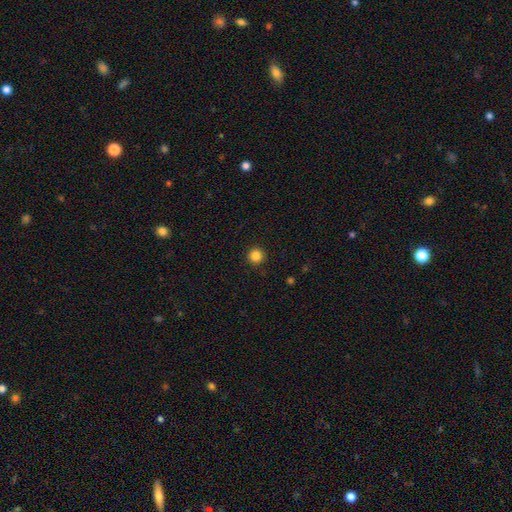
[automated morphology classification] Overall: smooth (85%). How rounded: round (95%). Merging: none (93%).